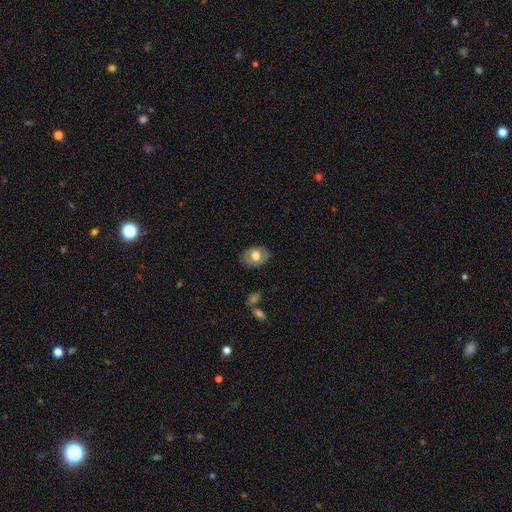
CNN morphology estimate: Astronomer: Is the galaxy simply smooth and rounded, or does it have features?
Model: smooth — 59% (runner-up: featured or disk, 34%).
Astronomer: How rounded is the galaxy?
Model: in between — 69%.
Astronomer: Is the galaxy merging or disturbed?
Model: none — 81%.